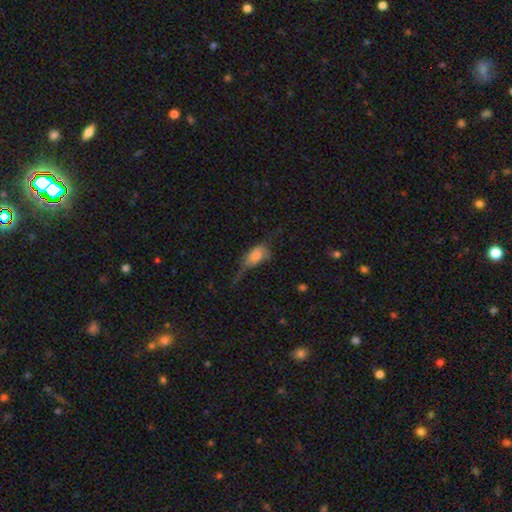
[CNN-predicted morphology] Smooth or featured? Predicted: smooth (p=0.66). How rounded? Predicted: in between (p=0.85). Merging? Predicted: major disturbance (p=0.40).